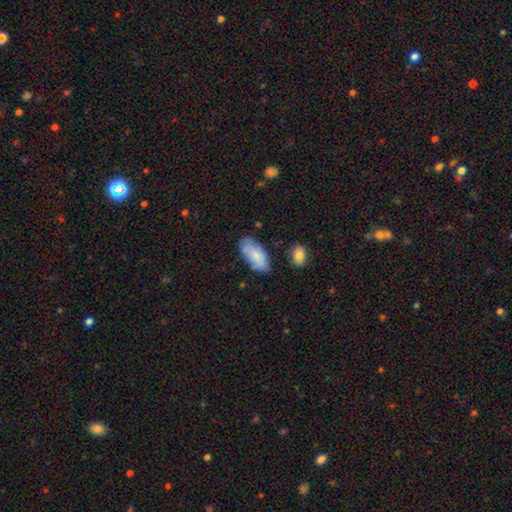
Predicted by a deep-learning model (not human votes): Smooth or featured? Predicted: smooth (p=0.69). How rounded? Predicted: in between (p=0.92). Merging? Predicted: none (p=0.66).